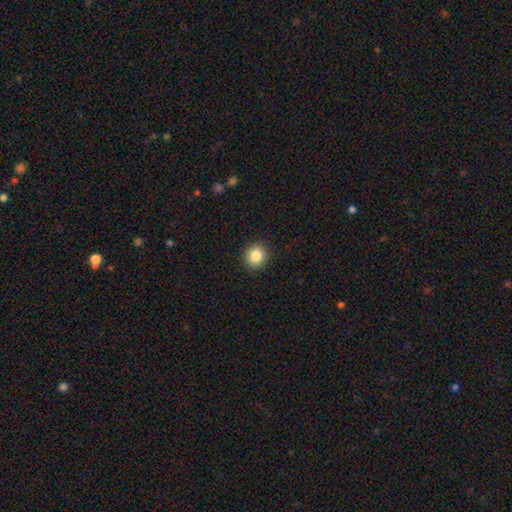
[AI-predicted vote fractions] Smooth or featured?
  - smooth: 85% *
  - star or artifact: 10%
  - featured or disk: 6%
How rounded?
  - round: 87% *
  - in between: 12%
  - cigar-shaped: 1%
Merging?
  - none: 91% *
  - minor disturbance: 6%
  - major disturbance: 2%
  - merger: 1%